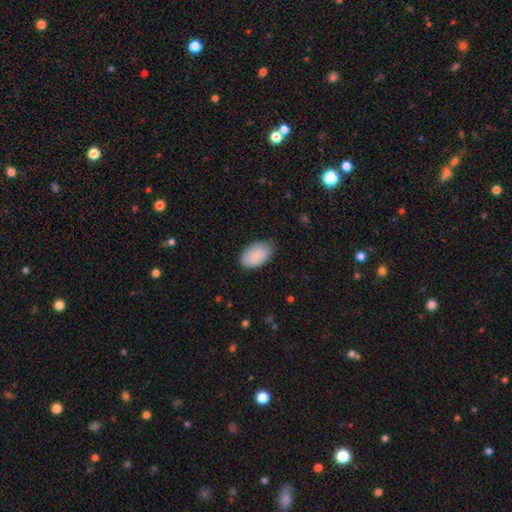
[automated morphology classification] A smooth galaxy with no disk features (88%) that is in between round and cigar-shaped (94%). Merging: none (76%).